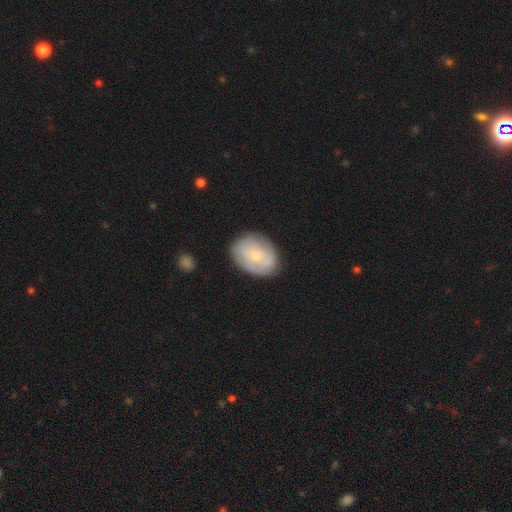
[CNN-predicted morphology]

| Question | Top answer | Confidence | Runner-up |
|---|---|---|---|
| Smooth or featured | smooth | 56% | featured or disk (37%) |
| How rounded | in between | 71% | round (28%) |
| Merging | none | 79% | minor disturbance (15%) |